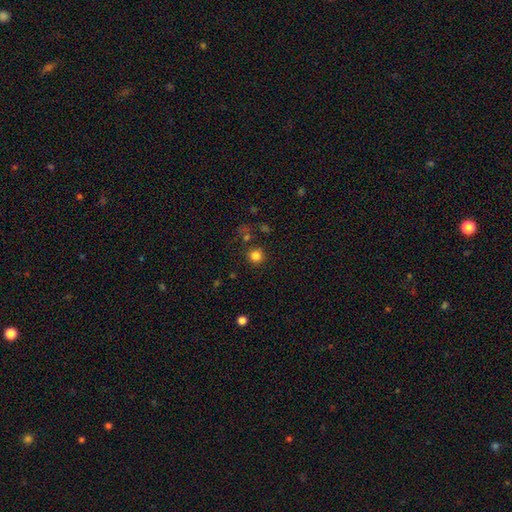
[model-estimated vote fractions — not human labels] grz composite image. It shows a smooth galaxy with no disk features (81%) that is round (94%). Merging: none (84%).